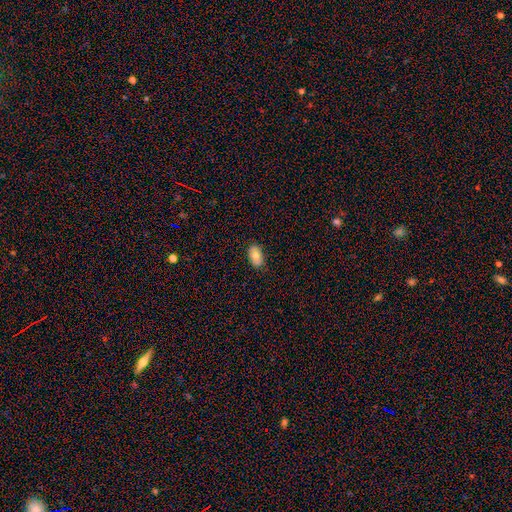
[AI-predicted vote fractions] This is likely a smooth galaxy (78%). How rounded: clearly in between (93%). Merging: clearly none (85%).